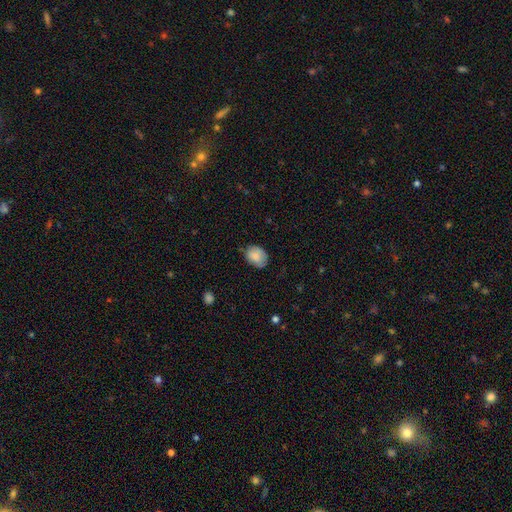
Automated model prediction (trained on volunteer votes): Smooth or featured: smooth — 84% (featured or disk — 9%)
How rounded: in between — 70% (round — 29%)
Merging: none — 67% (minor disturbance — 27%)